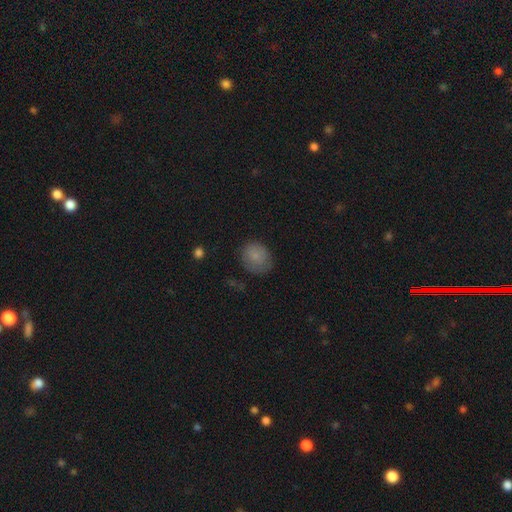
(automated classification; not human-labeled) smooth 81%, featured or disk 10%, star or artifact 9%. Down the decision tree: how rounded — round (63%); merging — none (70%).